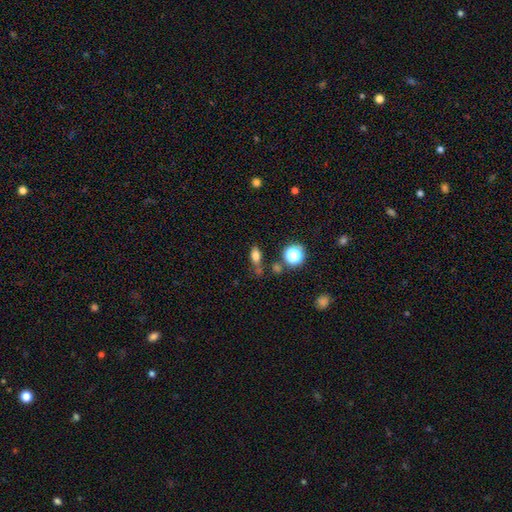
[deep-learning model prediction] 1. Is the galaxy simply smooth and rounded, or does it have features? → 73% smooth, 16% star or artifact, 11% featured or disk.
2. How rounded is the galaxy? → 70% in between, 18% round, 12% cigar-shaped.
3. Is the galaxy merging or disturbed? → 62% none, 19% minor disturbance, 11% merger, 8% major disturbance.